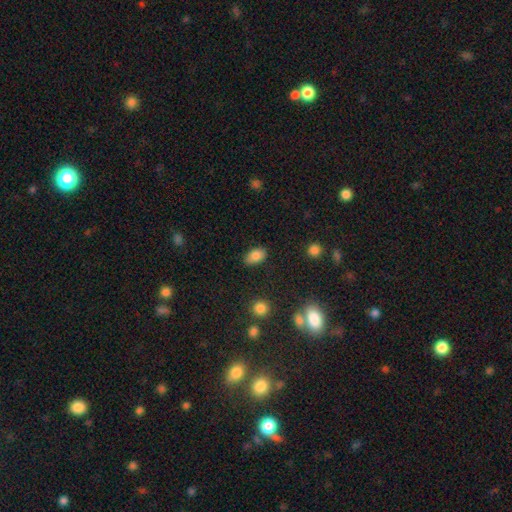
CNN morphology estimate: Q: Smooth or featured?
A: smooth (84%); runner-up: star or artifact (9%)
Q: How rounded?
A: in between (89%); runner-up: round (9%)
Q: Merging?
A: none (81%); runner-up: minor disturbance (14%)